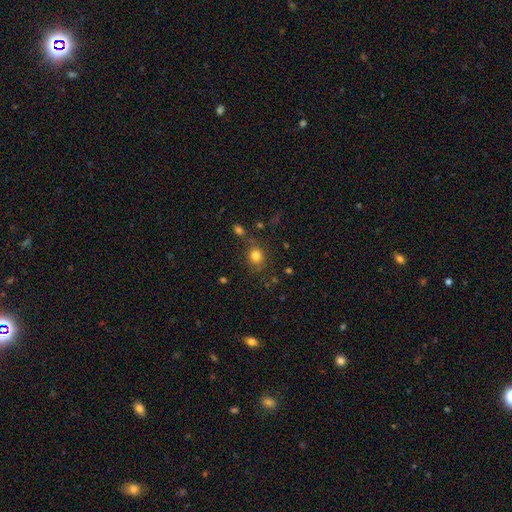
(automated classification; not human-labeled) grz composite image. It shows a smooth galaxy with no disk features (81%) that is round (66%). Merging: none (73%).